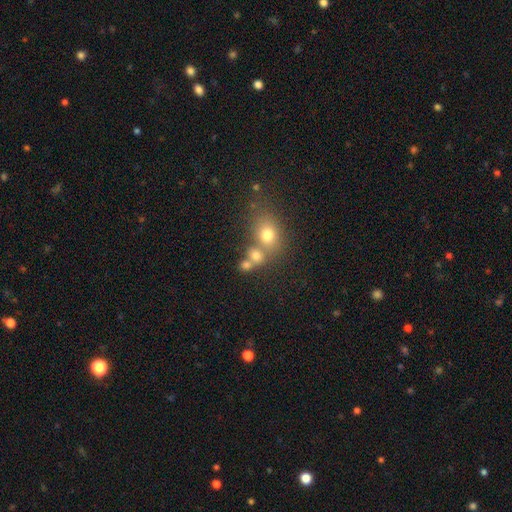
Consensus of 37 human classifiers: A smooth galaxy with no disk features (86%) that is in between round and cigar-shaped (53%). Merging: merger (57%).